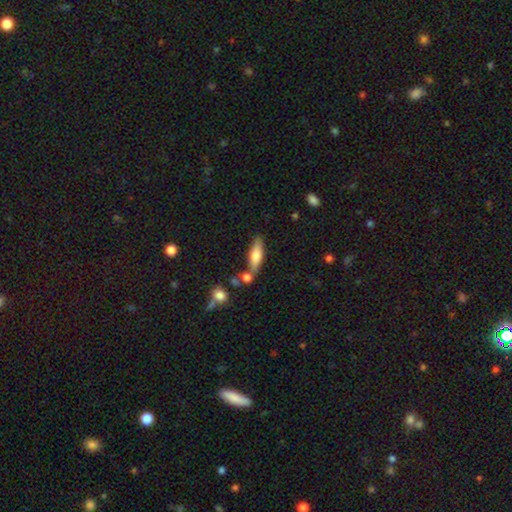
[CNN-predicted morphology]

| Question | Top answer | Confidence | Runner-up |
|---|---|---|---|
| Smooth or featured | smooth | 67% | featured or disk (26%) |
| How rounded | cigar-shaped | 49% | tied: in between (49%) |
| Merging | none | 68% | minor disturbance (14%) |